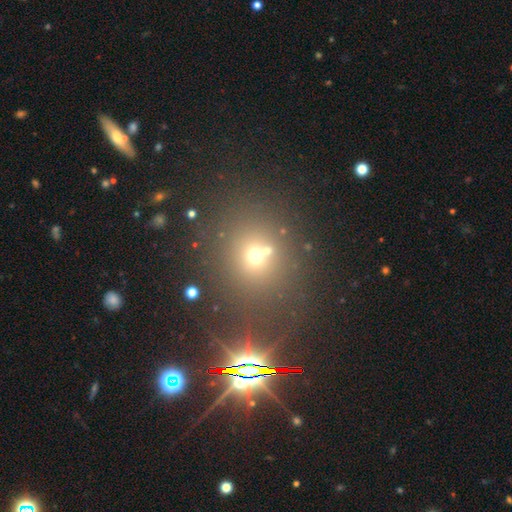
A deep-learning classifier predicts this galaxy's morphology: A smooth galaxy with no disk features (61%) that is round (82%).

Vote fractions:
- Smooth or featured? smooth: 61% / star or artifact: 27% / featured or disk: 12%
- How rounded? round: 82% / in between: 17% / cigar-shaped: 1%
- Merging? none: 64% / merger: 21% / minor disturbance: 10% / major disturbance: 6%